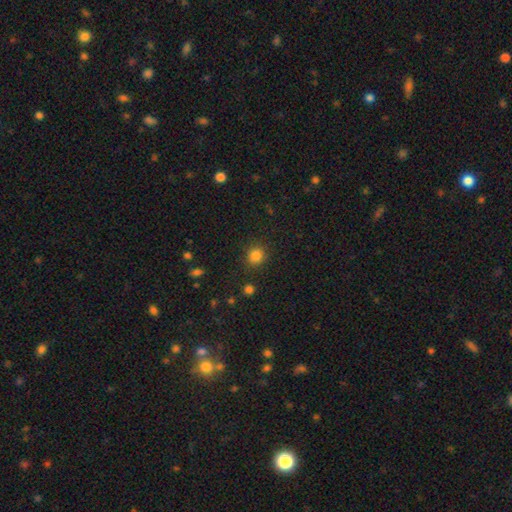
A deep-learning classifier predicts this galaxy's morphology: This appears to be a smooth galaxy with no disk features (83%) that is round (88%). Merging: none (88%).